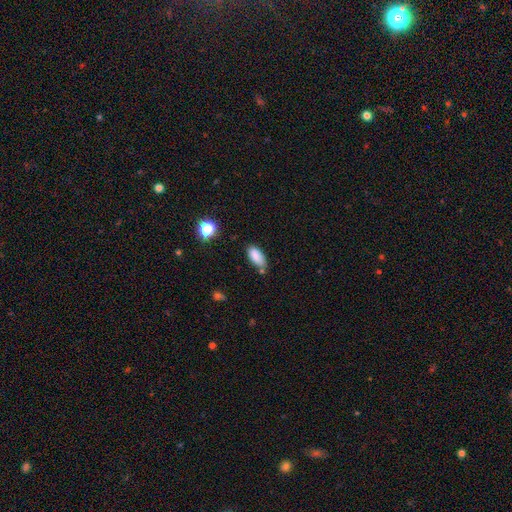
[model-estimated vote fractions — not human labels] Overall: smooth (85%). How rounded: in between (88%). Merging: none (64%).